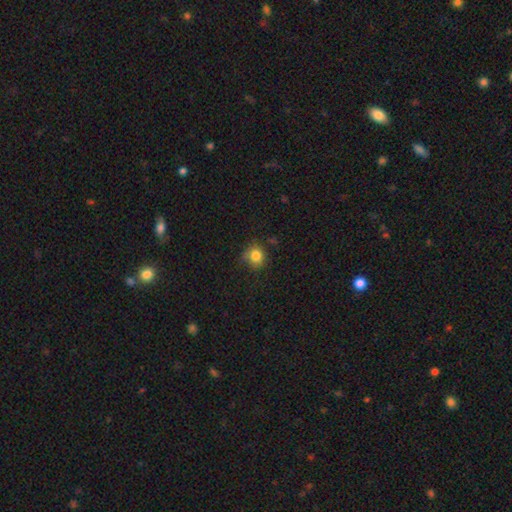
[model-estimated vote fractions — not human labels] A smooth galaxy with no disk features (83%) that is round (81%).

Vote fractions:
- Smooth or featured? smooth: 83% / star or artifact: 10% / featured or disk: 6%
- How rounded? round: 81% / in between: 18% / cigar-shaped: 1%
- Merging? none: 68% / minor disturbance: 23% / major disturbance: 6% / merger: 3%